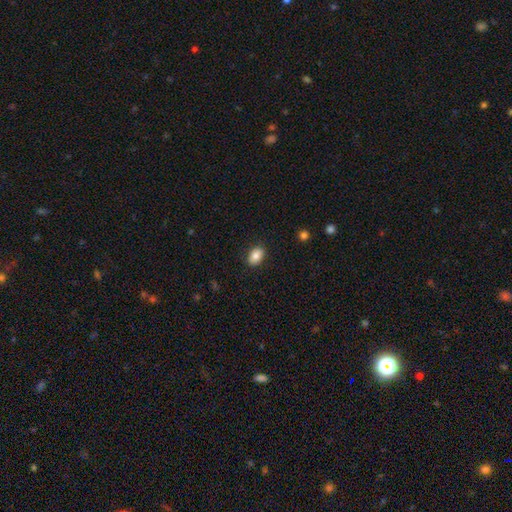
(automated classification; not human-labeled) smooth 84%, star or artifact 8%, featured or disk 8%. Down the decision tree: how rounded — in between (84%); merging — none (88%).